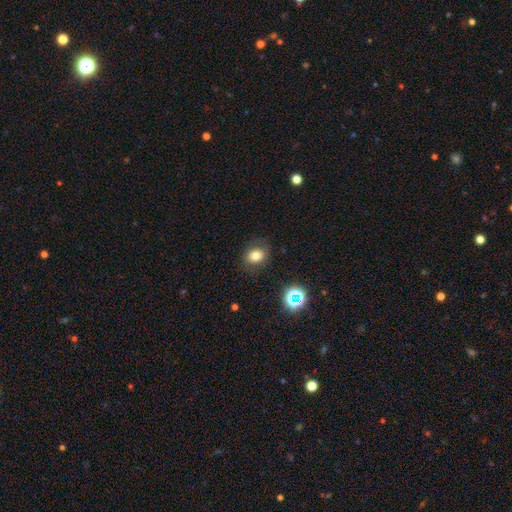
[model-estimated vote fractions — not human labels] A smooth galaxy with no disk features (74%) that is round (50%).

Vote fractions:
- Smooth or featured? smooth: 74% / star or artifact: 15% / featured or disk: 11%
- How rounded? round: 50% / in between: 49% / cigar-shaped: 1%
- Merging? none: 81% / minor disturbance: 13% / major disturbance: 5% / merger: 2%